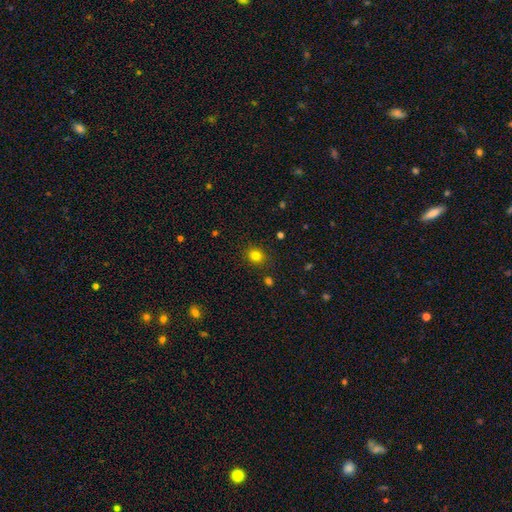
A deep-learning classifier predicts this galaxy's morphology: Smooth or featured: smooth — 81% (star or artifact — 14%)
How rounded: round — 73% (in between — 26%)
Merging: none — 87% (minor disturbance — 8%)